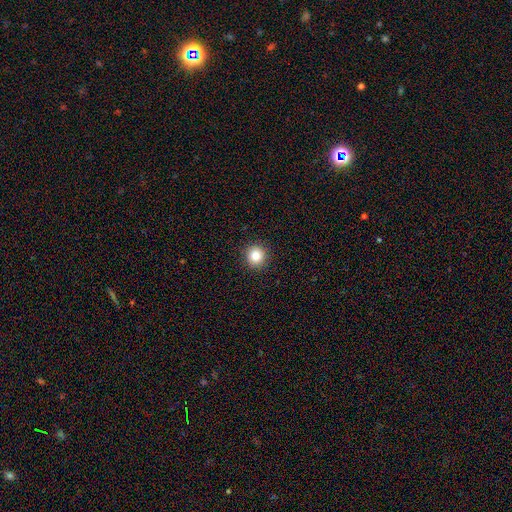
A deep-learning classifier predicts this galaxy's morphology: Overall: smooth (83%). How rounded: round (94%). Merging: none (92%).